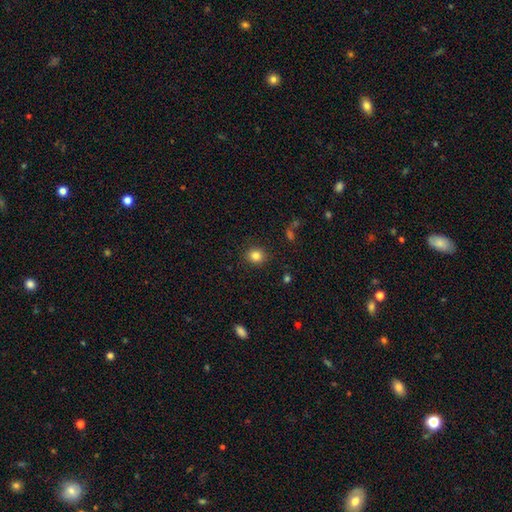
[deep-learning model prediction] Q: Smooth or featured?
A: smooth (84%); runner-up: star or artifact (11%)
Q: How rounded?
A: round (83%); runner-up: in between (17%)
Q: Merging?
A: none (89%); runner-up: minor disturbance (7%)